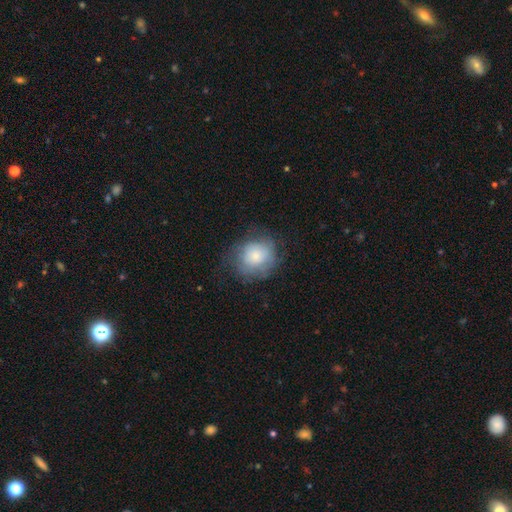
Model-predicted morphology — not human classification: This is likely a smooth galaxy (70%). How rounded: likely round (78%). Merging: likely none (62%).